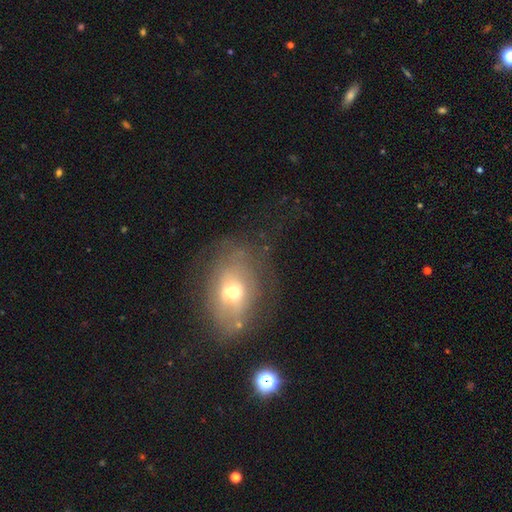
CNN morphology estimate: This is marginally a smooth galaxy (43%). Merging: possibly none (46%).